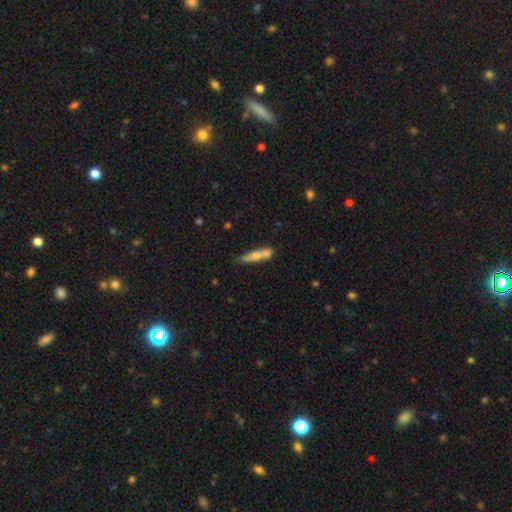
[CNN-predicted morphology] Smooth or featured?
  - smooth: 60% *
  - featured or disk: 34%
  - star or artifact: 7%
How rounded?
  - cigar-shaped: 83% *
  - in between: 15%
  - round: 2%
Merging?
  - none: 54% *
  - merger: 25%
  - minor disturbance: 17%
  - major disturbance: 5%